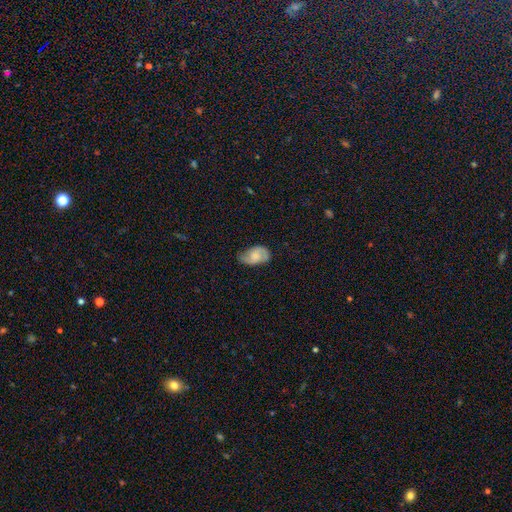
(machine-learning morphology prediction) Smooth or featured?
  - smooth: 52% *
  - featured or disk: 40%
  - star or artifact: 7%
How rounded?
  - in between: 91% *
  - round: 7%
  - cigar-shaped: 2%
Merging?
  - none: 60% *
  - minor disturbance: 31%
  - major disturbance: 7%
  - merger: 1%